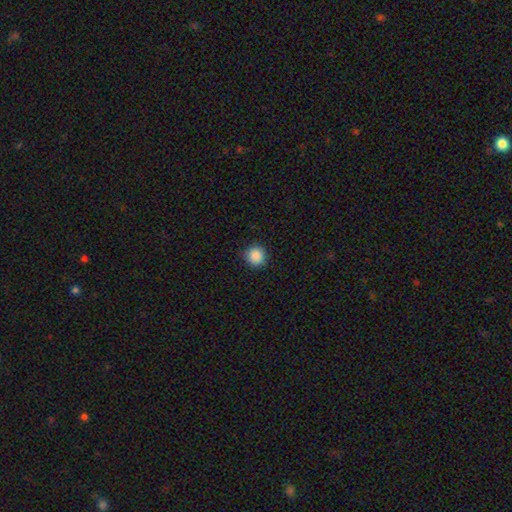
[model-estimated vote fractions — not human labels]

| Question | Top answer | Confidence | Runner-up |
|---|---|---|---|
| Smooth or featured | smooth | 88% | star or artifact (10%) |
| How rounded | round | 94% | in between (5%) |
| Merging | none | 87% | minor disturbance (10%) |